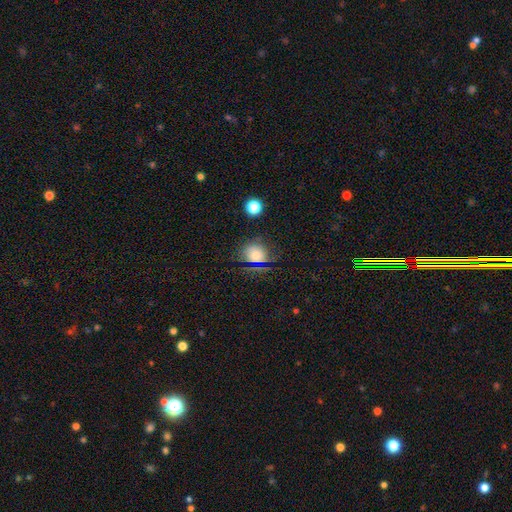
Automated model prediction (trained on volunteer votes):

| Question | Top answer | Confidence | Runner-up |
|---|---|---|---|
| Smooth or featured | smooth | 69% | star or artifact (21%) |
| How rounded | round | 76% | in between (23%) |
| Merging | none | 75% | minor disturbance (16%) |